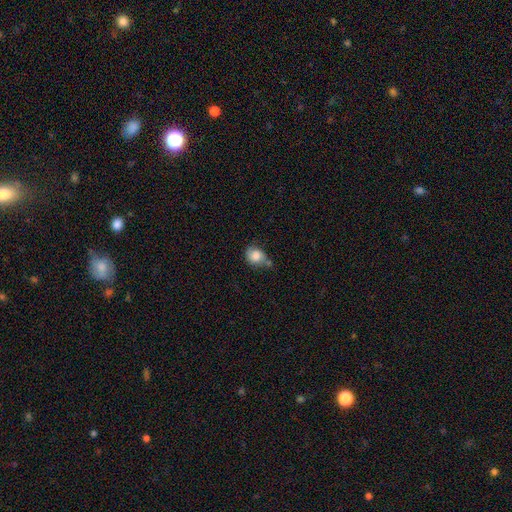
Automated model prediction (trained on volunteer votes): Overall: smooth (79%). How rounded: round (62%; in between 37%). Merging: none (42%; minor disturbance 33%).